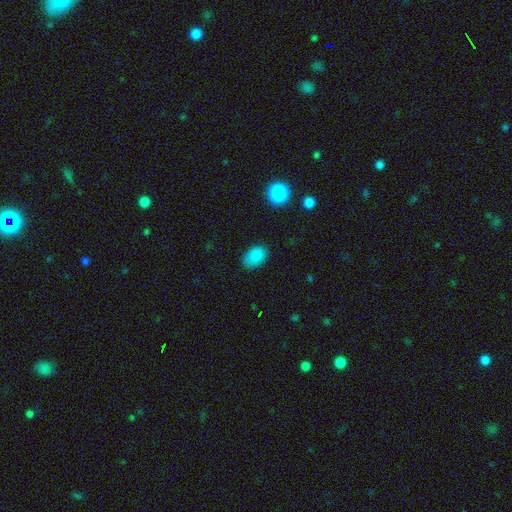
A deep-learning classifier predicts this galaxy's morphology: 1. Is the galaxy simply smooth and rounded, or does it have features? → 85% smooth, 11% star or artifact, 4% featured or disk.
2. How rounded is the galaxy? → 82% in between, 17% round, 1% cigar-shaped.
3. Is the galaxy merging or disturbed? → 81% none, 14% minor disturbance, 3% major disturbance, 1% merger.